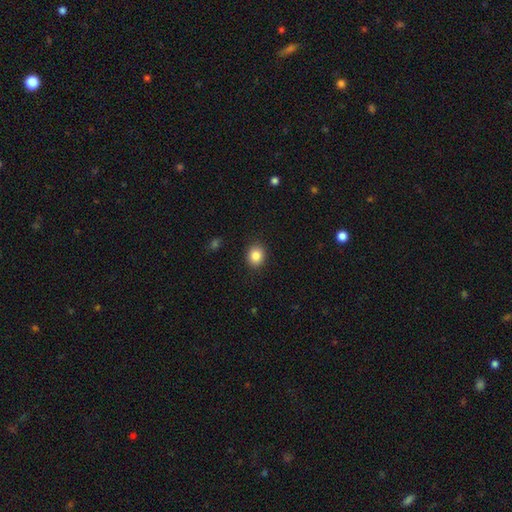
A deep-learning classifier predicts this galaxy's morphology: The model was most divided on "how rounded": round: 66%, in between: 33%, cigar-shaped: 1%. More confident: merging — none (89%); smooth or featured — smooth (86%).